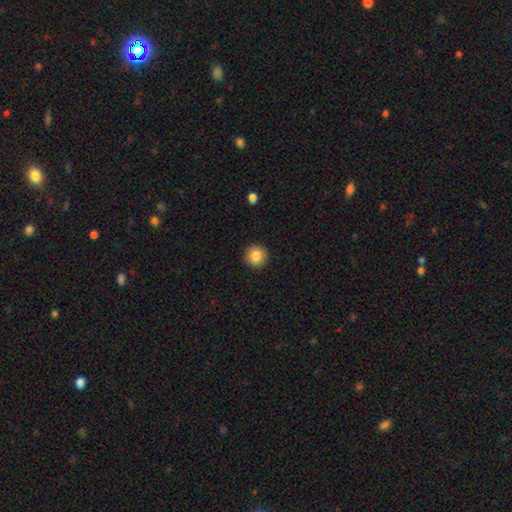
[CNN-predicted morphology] This is clearly a smooth galaxy (85%). How rounded: clearly round (95%). Merging: clearly none (93%).